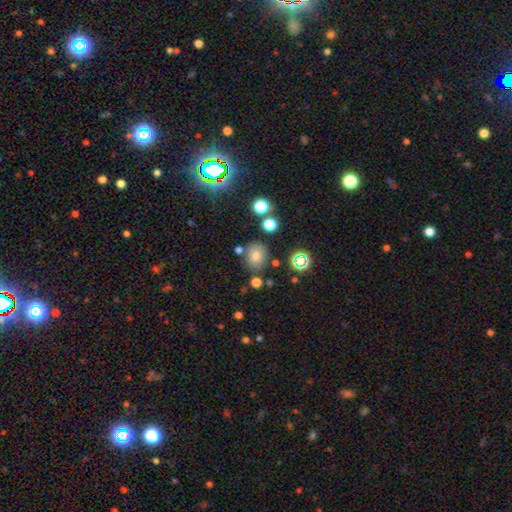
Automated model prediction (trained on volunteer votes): This appears to be a smooth galaxy with no disk features (71%) that is round (73%). Merging: none (76%).